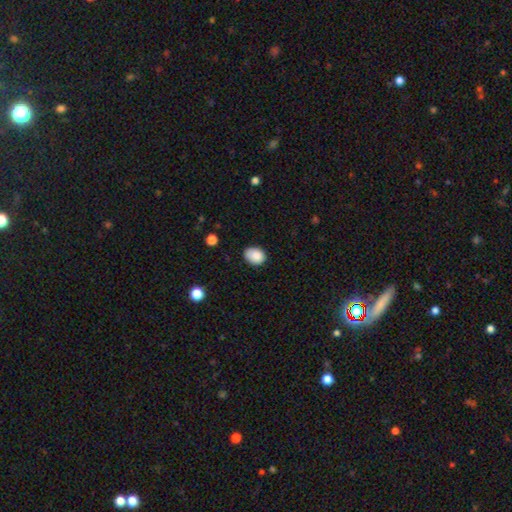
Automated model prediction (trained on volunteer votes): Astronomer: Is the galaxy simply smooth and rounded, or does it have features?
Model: smooth — 87%.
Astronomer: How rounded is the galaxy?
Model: in between — 65%.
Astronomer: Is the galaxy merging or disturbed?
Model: none — 75%.